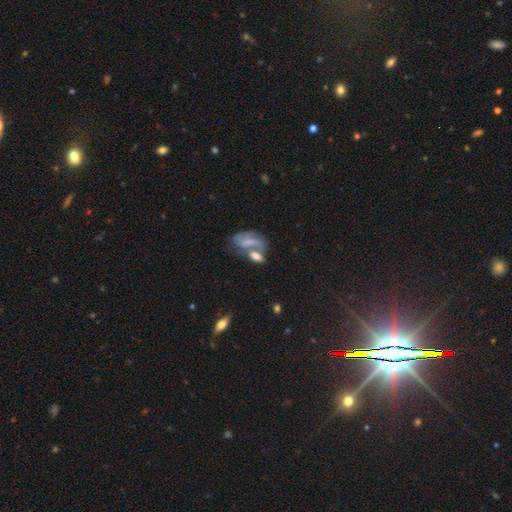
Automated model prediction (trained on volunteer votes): This is possibly a smooth galaxy (56%). How rounded: clearly in between (82%). Merging: possibly merger (50%).